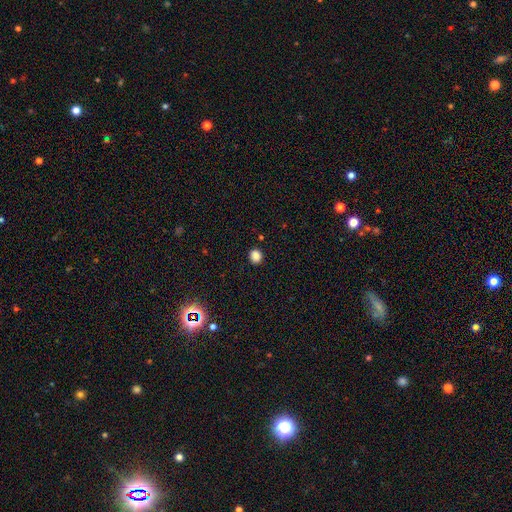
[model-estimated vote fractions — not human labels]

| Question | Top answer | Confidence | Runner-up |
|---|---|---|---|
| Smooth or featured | smooth | 85% | star or artifact (12%) |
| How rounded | round | 75% | in between (24%) |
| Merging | none | 89% | minor disturbance (8%) |